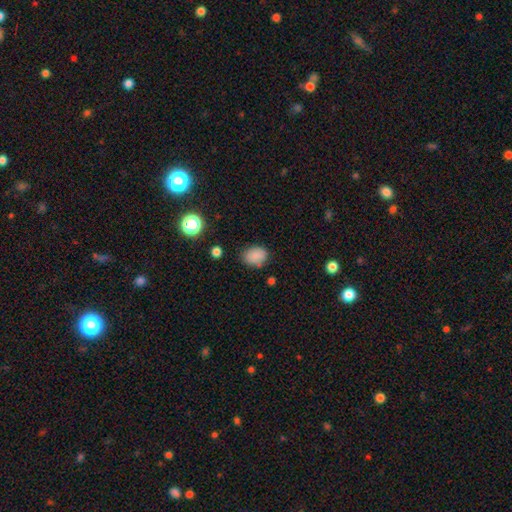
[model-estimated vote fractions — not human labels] Smooth or featured? smooth (85%)
How rounded? in between (64%)
Merging? none (78%)